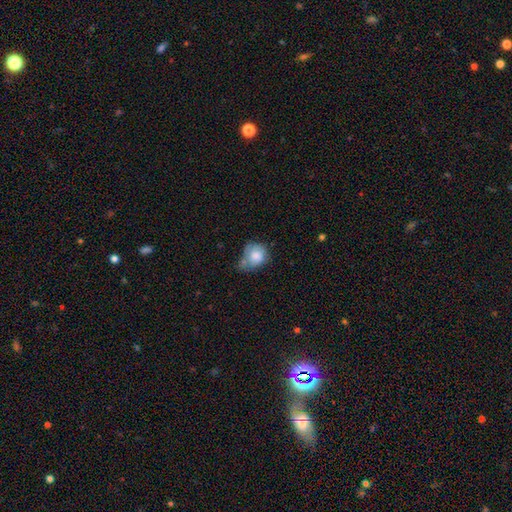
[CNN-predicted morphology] smooth 76%, featured or disk 16%, star or artifact 8%. Down the decision tree: how rounded — round (60%); merging — minor disturbance (35%).